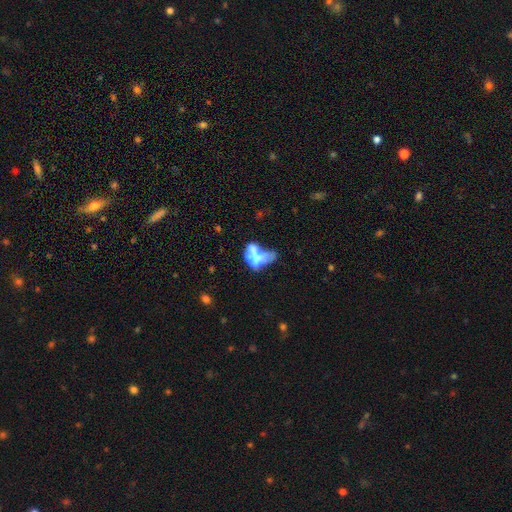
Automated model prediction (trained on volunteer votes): A featured or disk galaxy (47%).

Vote fractions:
- Smooth or featured? featured or disk: 47% / smooth: 40% / star or artifact: 13%
- Merging? merger: 42% / major disturbance: 27% / none: 18% / minor disturbance: 12%